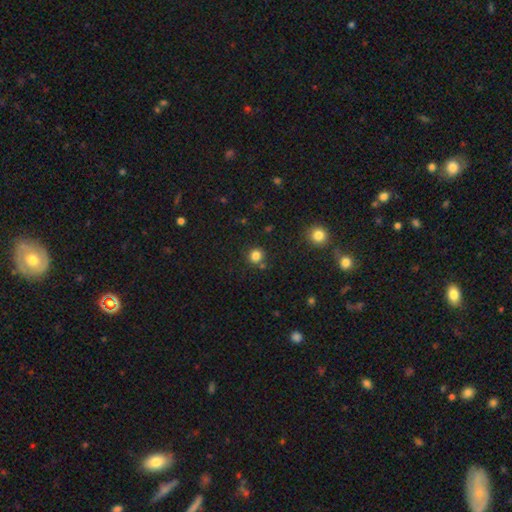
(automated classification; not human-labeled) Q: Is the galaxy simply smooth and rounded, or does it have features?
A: smooth — 82%.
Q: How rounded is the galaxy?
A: round — 89%.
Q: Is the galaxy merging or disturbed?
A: none — 80%.